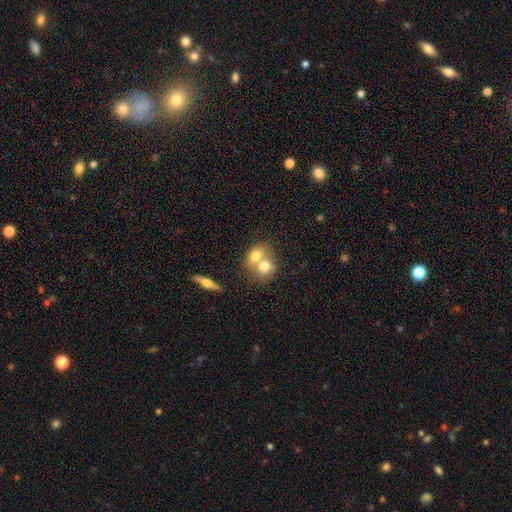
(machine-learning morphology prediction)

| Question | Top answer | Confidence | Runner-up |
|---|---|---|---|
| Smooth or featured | smooth | 69% | featured or disk (23%) |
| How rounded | in between | 50% | round (48%) |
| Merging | merger | 70% | none (22%) |